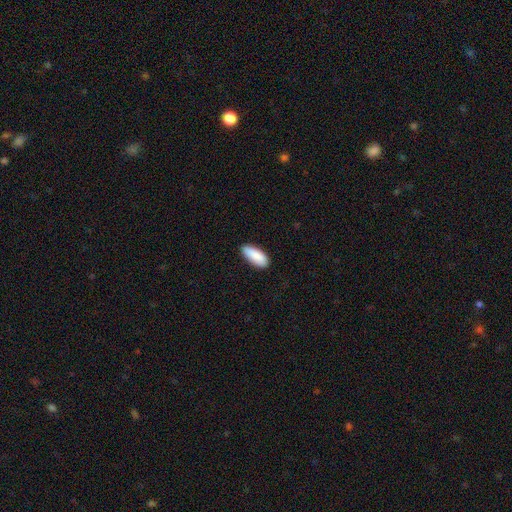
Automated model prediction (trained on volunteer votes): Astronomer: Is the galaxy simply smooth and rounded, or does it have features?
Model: smooth — 89%.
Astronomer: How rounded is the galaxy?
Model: in between — 79%.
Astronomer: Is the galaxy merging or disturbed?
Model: none — 83%.